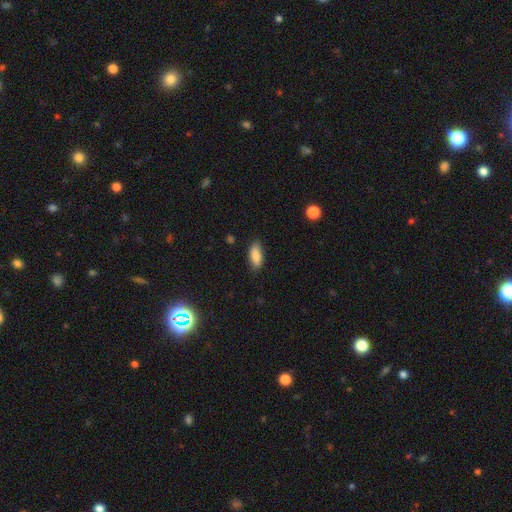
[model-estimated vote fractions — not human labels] Overall: smooth (83%). How rounded: in between (83%). Merging: none (82%).